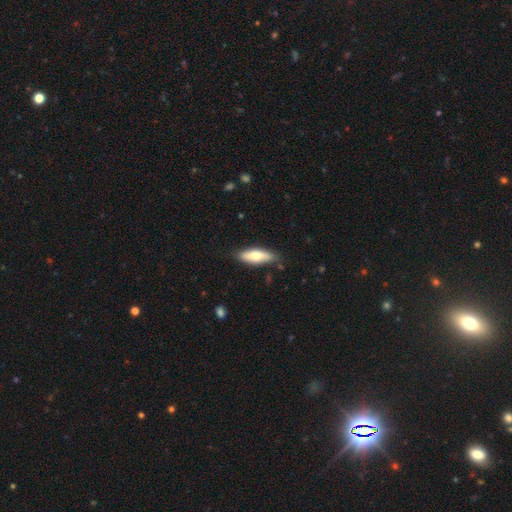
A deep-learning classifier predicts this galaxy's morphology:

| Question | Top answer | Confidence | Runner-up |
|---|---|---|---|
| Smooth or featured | smooth | 68% | featured or disk (26%) |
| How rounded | in between | 59% | cigar-shaped (39%) |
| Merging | none | 80% | minor disturbance (16%) |